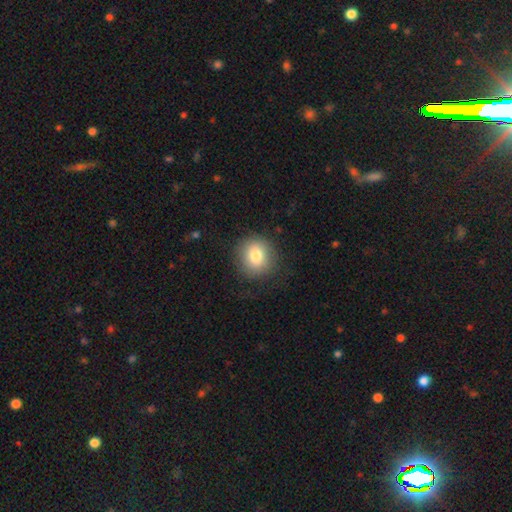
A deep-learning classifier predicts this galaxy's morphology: Smooth or featured?
  - smooth: 81% *
  - featured or disk: 10%
  - star or artifact: 9%
How rounded?
  - round: 90% *
  - in between: 9%
  - cigar-shaped: 1%
Merging?
  - none: 86% *
  - minor disturbance: 9%
  - major disturbance: 4%
  - merger: 1%